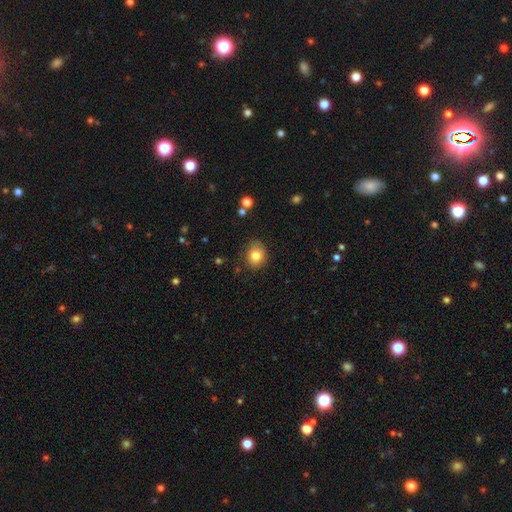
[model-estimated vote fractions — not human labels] A smooth galaxy with no disk features (82%) that is round (58%). Merging: none (81%).